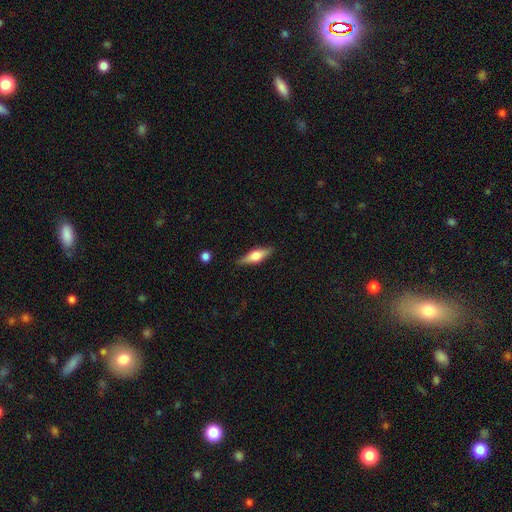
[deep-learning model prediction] Smooth or featured? Predicted: smooth (p=0.49). Merging? Predicted: none (p=0.85).